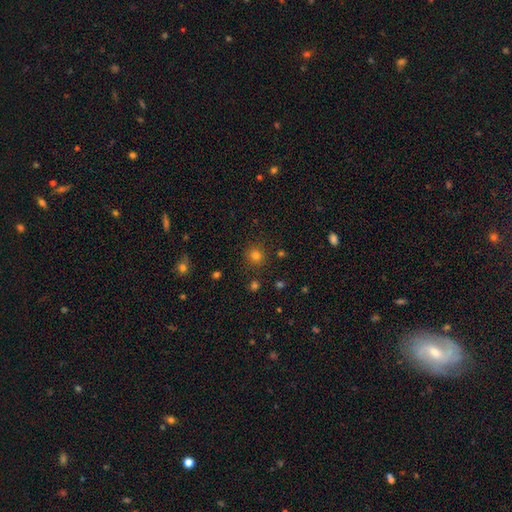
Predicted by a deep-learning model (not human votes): A smooth galaxy with no disk features (76%) that is round (92%). Merging: none (87%).